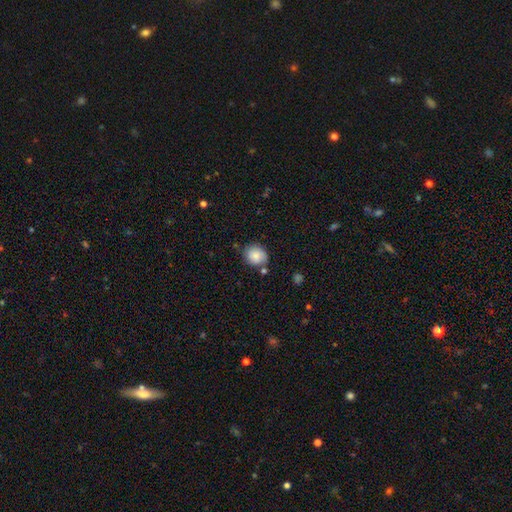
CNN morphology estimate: This appears to be a smooth galaxy with no disk features (82%) that is round (70%). Merging: none (70%).